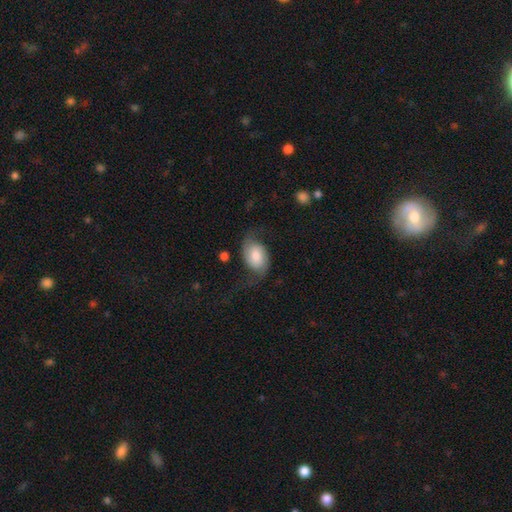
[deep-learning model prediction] Smooth or featured: featured or disk — 53% (smooth — 39%)
Edge-on disk: no — 96% (yes — 4%)
Bar: no — 60% (weak — 32%)
Spiral arms: yes — 90% (no — 10%)
Bulge size: moderate — 44% (small — 22%)
Merging: none — 56% (major disturbance — 21%)